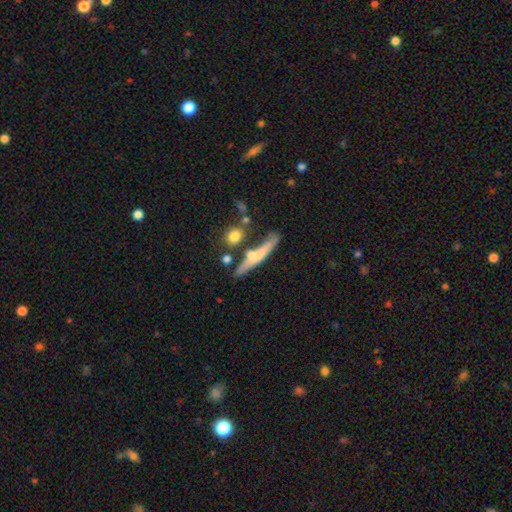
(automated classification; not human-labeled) Overall: smooth (52%; featured or disk 41%). How rounded: cigar-shaped (86%). Merging: none (62%).